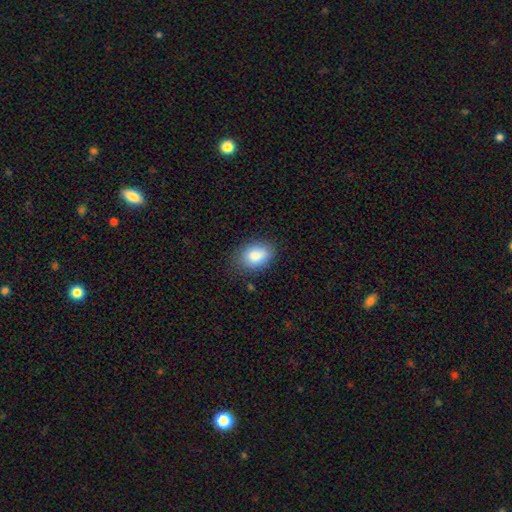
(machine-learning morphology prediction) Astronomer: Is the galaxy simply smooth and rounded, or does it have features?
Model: smooth — 86%.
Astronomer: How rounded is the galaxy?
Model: in between — 83%.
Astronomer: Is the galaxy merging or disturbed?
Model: none — 75%.